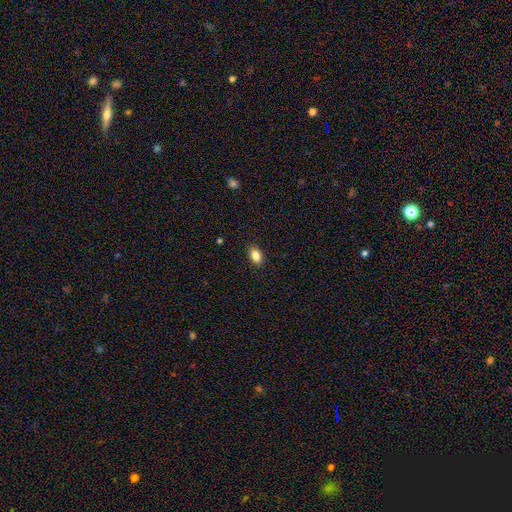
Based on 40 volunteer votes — This is likely a smooth galaxy (75%). How rounded: clearly in between (83%). Merging: clearly none (91%).